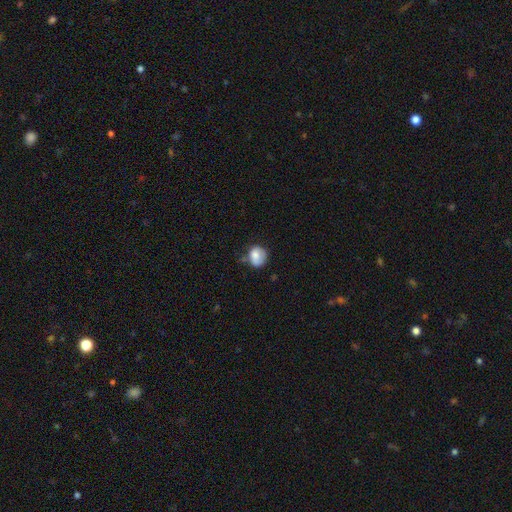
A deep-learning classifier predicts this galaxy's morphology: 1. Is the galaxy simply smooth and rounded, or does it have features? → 74% smooth, 17% featured or disk, 8% star or artifact.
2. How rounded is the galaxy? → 67% round, 32% in between, 1% cigar-shaped.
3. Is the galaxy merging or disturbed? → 51% none, 32% minor disturbance, 11% major disturbance, 6% merger.